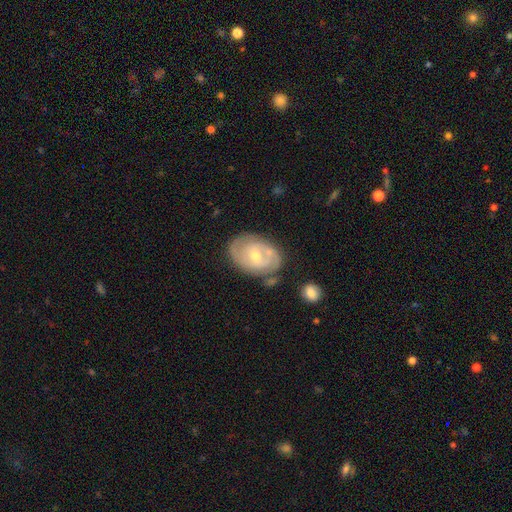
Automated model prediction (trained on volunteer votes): Smooth or featured?
  - featured or disk: 71% *
  - smooth: 23%
  - star or artifact: 6%
Edge-on disk?
  - no: 95% *
  - yes: 5%
Bar?
  - no: 50% *
  - weak: 40%
  - strong: 10%
Spiral arms?
  - yes: 76% *
  - no: 24%
Spiral winding?
  - tight: 55% *
  - medium: 34%
  - loose: 12%
Spiral arm count?
  - 2: 53% *
  - can't tell: 32%
  - 3: 6%
  - 1: 5%
  - 4: 2%
  - more than 4: 2%
Bulge size?
  - moderate: 55% *
  - small: 42%
  - large: 2%
  - none: 1%
  - dominant: 1%
Merging?
  - none: 66% *
  - minor disturbance: 21%
  - merger: 7%
  - major disturbance: 6%